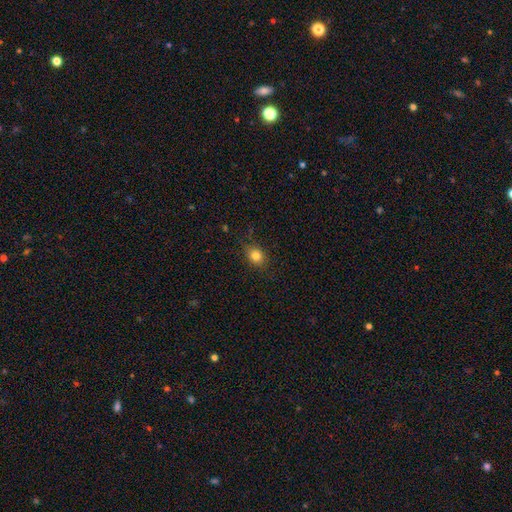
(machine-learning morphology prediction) Smooth or featured: smooth — 81% (star or artifact — 11%)
How rounded: round — 53% (in between — 46%)
Merging: none — 82% (minor disturbance — 14%)